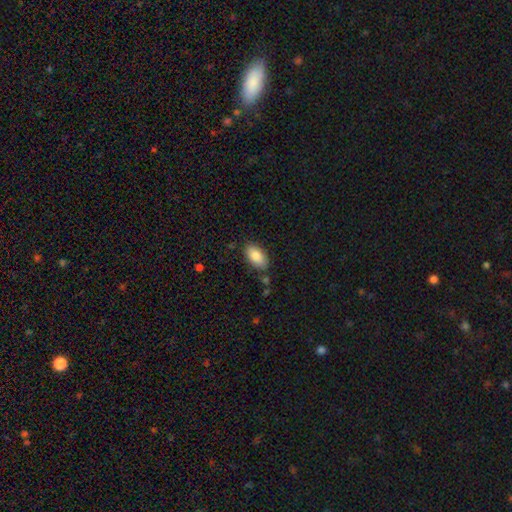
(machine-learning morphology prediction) This is clearly a smooth galaxy (86%). How rounded: clearly in between (94%). Merging: likely none (79%).